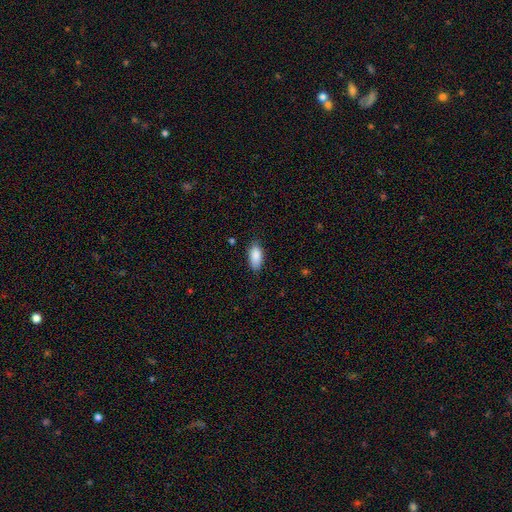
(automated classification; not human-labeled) The model was most divided on "merging": none: 81%, minor disturbance: 15%, major disturbance: 3%, merger: 1%. More confident: how rounded — in between (89%); smooth or featured — smooth (88%).